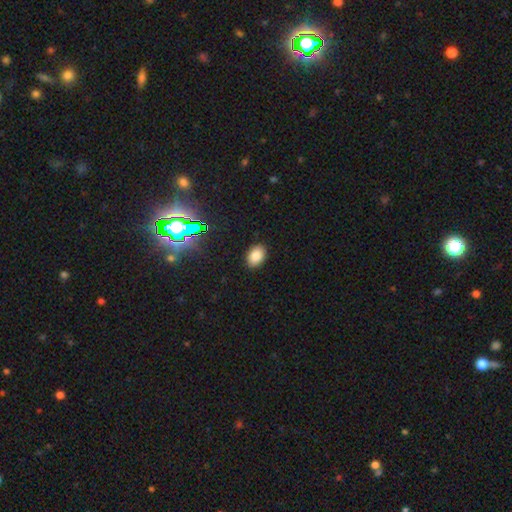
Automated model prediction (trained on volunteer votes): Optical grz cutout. It shows a smooth galaxy with no disk features (82%) that is in between round and cigar-shaped (81%). Merging: none (89%).